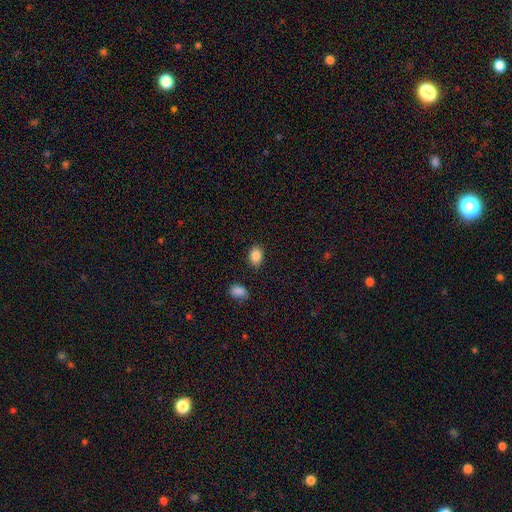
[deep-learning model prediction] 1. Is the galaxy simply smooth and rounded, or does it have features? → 87% smooth, 8% star or artifact, 4% featured or disk.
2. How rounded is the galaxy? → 79% in between, 20% round, 1% cigar-shaped.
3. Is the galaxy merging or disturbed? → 84% none, 11% minor disturbance, 3% major disturbance, 3% merger.